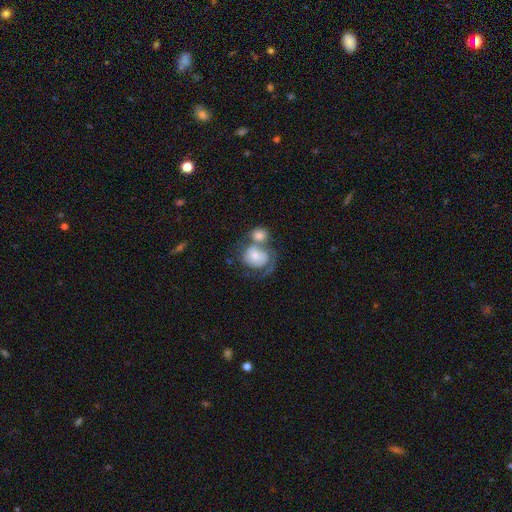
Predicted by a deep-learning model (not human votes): Smooth or featured? Predicted: smooth (p=0.49). Merging? Predicted: merger (p=0.54).